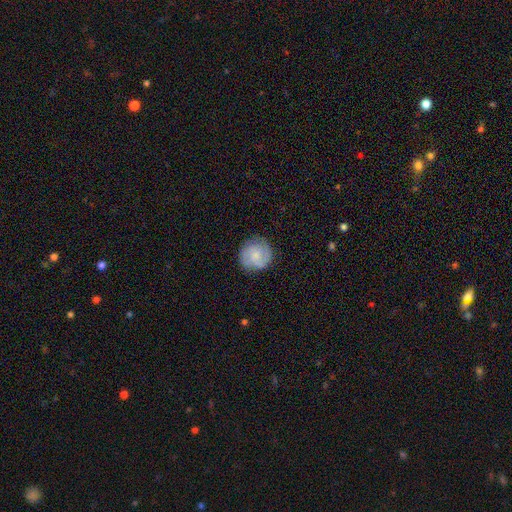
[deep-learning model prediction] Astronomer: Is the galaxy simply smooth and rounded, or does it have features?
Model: smooth — 51% (runner-up: featured or disk, 42%).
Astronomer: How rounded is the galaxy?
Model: round — 92%.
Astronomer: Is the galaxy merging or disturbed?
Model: none — 80%.